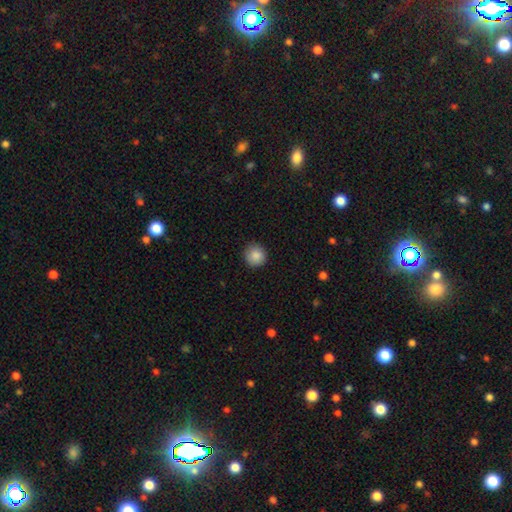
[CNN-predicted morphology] Q: Smooth or featured?
A: smooth (88%); runner-up: star or artifact (8%)
Q: How rounded?
A: round (93%); runner-up: in between (6%)
Q: Merging?
A: none (88%); runner-up: minor disturbance (9%)